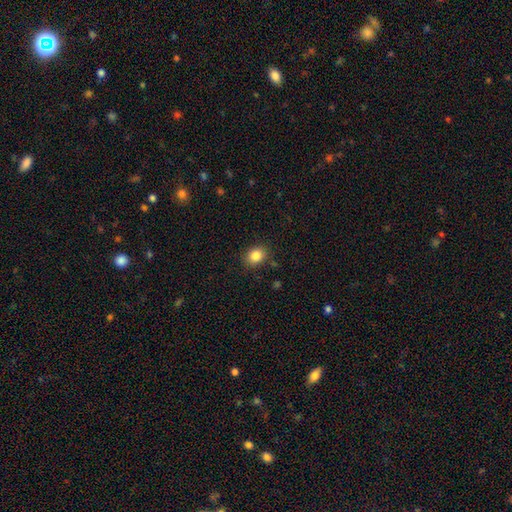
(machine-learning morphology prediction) Smooth or featured: smooth — 85% (star or artifact — 10%)
How rounded: round — 53% (in between — 47%)
Merging: none — 85% (minor disturbance — 10%)